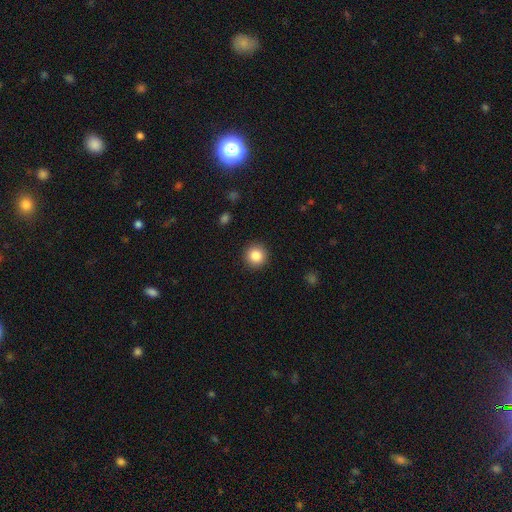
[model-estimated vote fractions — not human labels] smooth_or_featured: smooth (p=0.85) [alt: star or artifact p=0.10]
how_rounded: round (p=0.95) [alt: in between p=0.04]
merging: none (p=0.92) [alt: minor disturbance p=0.05]